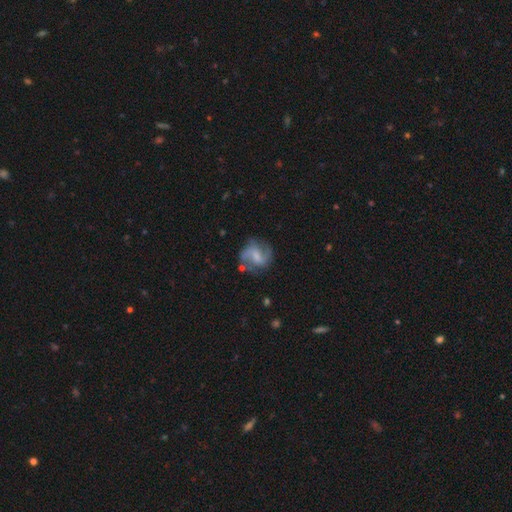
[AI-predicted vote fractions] A featured or disk galaxy (75%) with a weak bar (53%), 2 (82%) medium (46%) spiral arms (92%) and a small central bulge (38%). Merging: none (68%).